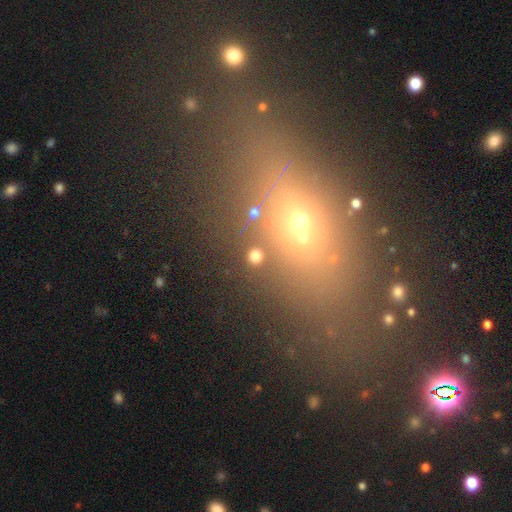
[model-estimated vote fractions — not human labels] Morphology: type=smooth (75%); roundness=round (86%); merging=none (86%).